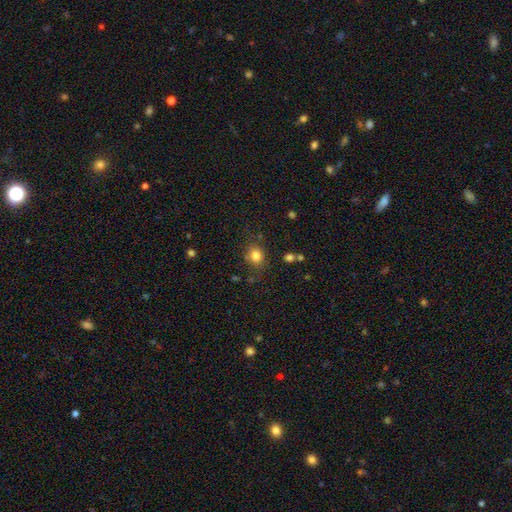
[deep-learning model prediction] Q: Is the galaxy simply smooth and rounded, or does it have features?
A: smooth — 82%.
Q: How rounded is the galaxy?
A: round — 64%.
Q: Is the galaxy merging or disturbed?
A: none — 77%.